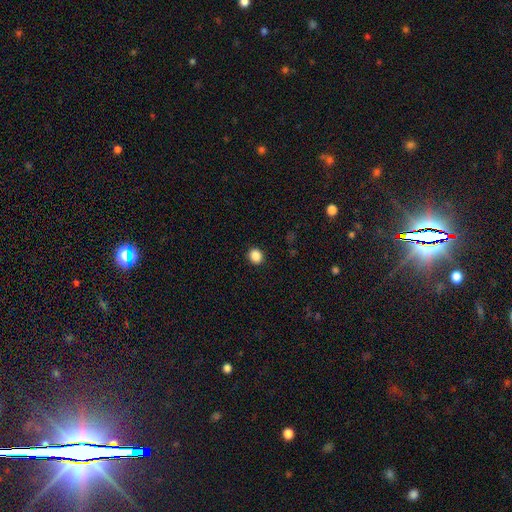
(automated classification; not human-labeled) A smooth galaxy with no disk features (87%) that is round (79%).

Vote fractions:
- Smooth or featured? smooth: 87% / star or artifact: 10% / featured or disk: 3%
- How rounded? round: 79% / in between: 21% / cigar-shaped: 1%
- Merging? none: 92% / minor disturbance: 5% / major disturbance: 2% / merger: 1%